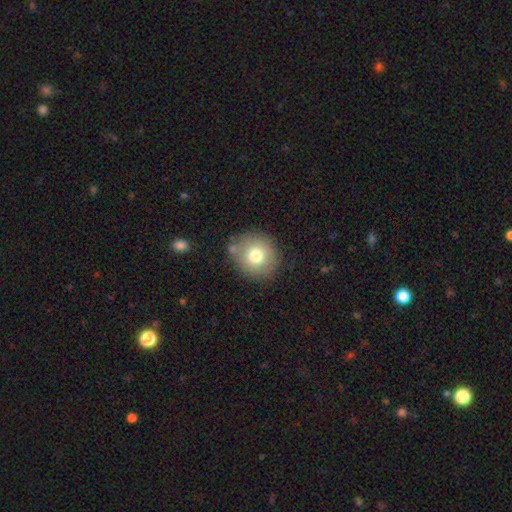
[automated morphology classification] Smooth or featured? smooth (76%)
How rounded? round (87%)
Merging? none (79%)